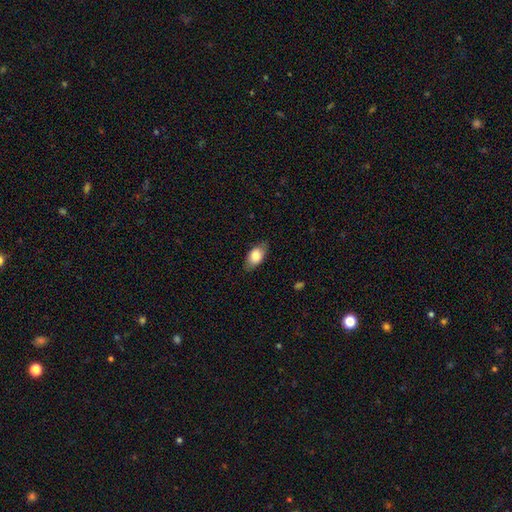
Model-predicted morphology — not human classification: Smooth or featured? Predicted: smooth (p=0.80). How rounded? Predicted: in between (p=0.90). Merging? Predicted: none (p=0.83).